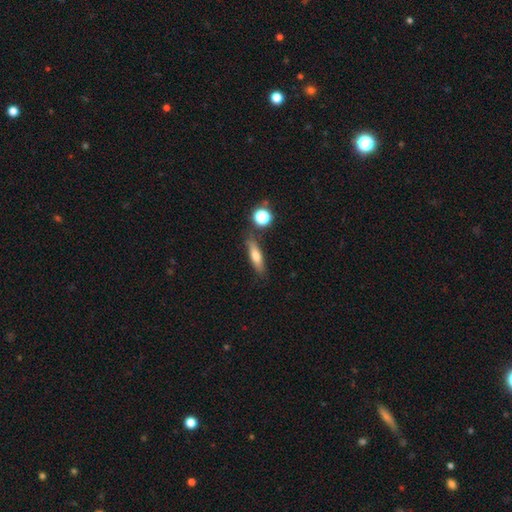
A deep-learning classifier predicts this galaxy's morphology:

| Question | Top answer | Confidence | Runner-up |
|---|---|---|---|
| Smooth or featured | smooth | 67% | featured or disk (24%) |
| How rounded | cigar-shaped | 63% | in between (33%) |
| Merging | none | 77% | minor disturbance (13%) |